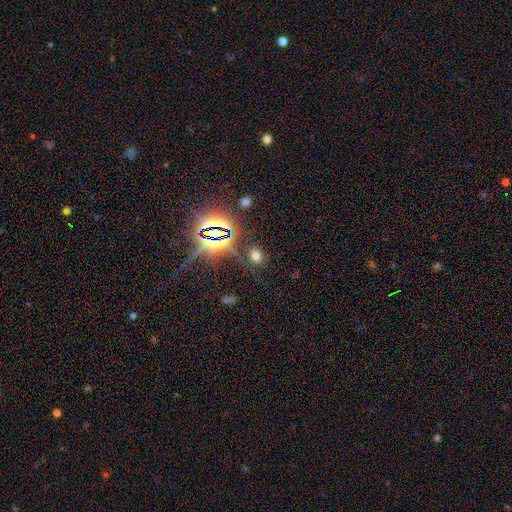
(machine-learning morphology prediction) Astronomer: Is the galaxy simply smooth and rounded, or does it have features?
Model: smooth — 57% (runner-up: star or artifact, 34%).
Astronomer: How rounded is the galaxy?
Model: in between — 70%.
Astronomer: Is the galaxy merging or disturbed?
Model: none — 80%.